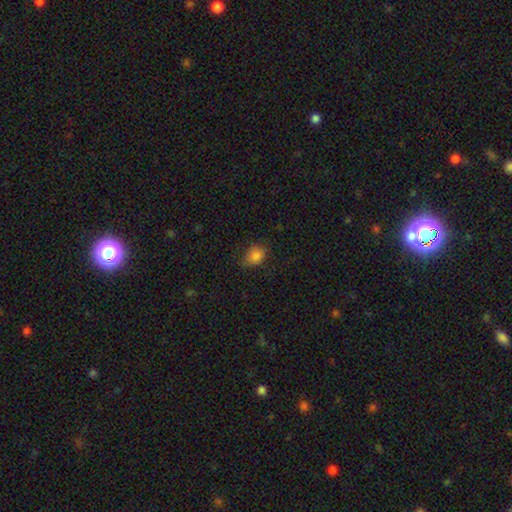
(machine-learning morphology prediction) Smooth or featured? Predicted: smooth (p=0.82). How rounded? Predicted: in between (p=0.61). Merging? Predicted: none (p=0.68).